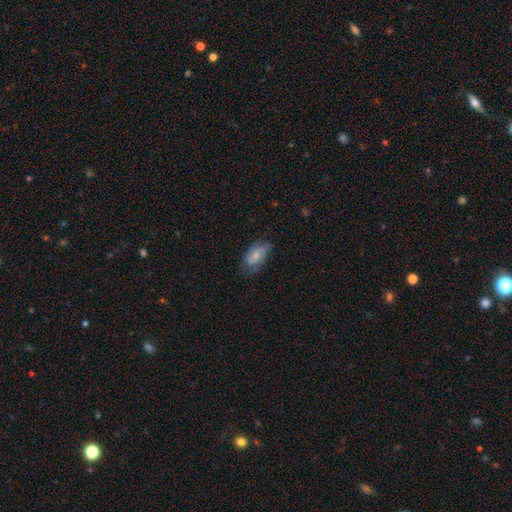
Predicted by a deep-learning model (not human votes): A smooth galaxy with no disk features (50%) that is in between round and cigar-shaped (90%). Merging: none (60%).